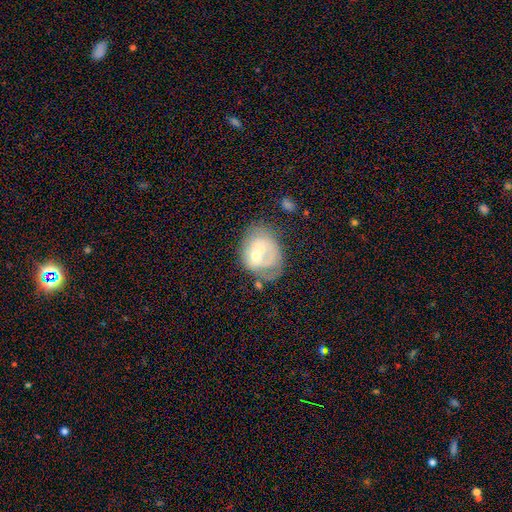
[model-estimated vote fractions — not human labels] Smooth or featured: featured or disk — 55% (smooth — 38%)
Edge-on disk: no — 97% (yes — 3%)
Bar: no — 79% (weak — 18%)
Spiral arms: no — 59% (yes — 41%)
Bulge size: small — 48% (moderate — 42%)
Merging: none — 33% (merger — 25%)